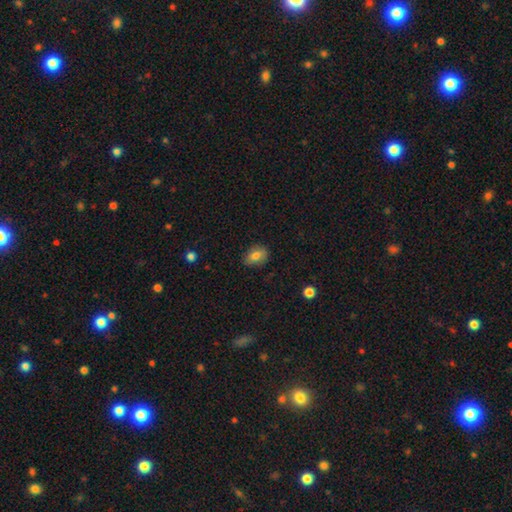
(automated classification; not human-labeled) This appears to be a smooth galaxy with no disk features (78%) that is in between round and cigar-shaped (75%). Merging: none (80%).